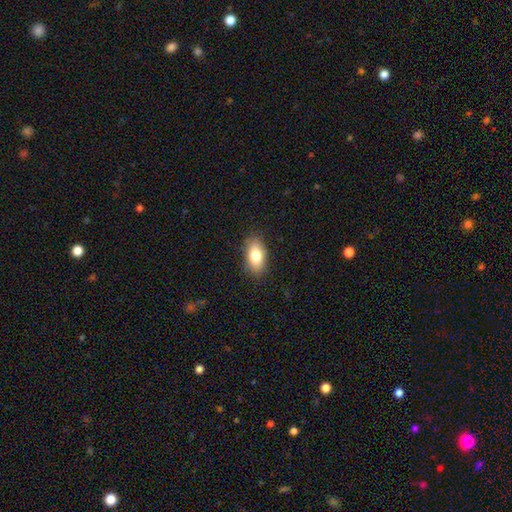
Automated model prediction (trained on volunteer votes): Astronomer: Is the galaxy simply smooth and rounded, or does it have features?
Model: smooth — 80%.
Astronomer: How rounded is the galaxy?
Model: in between — 90%.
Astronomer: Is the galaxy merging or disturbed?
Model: none — 86%.